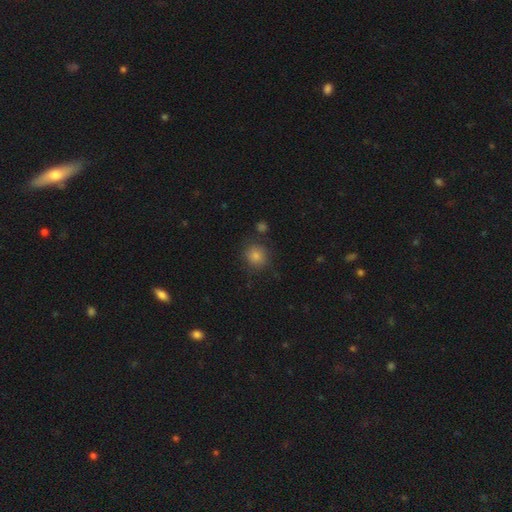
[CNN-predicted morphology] smooth 79%, star or artifact 15%, featured or disk 6%. Down the decision tree: how rounded — round (85%); merging — none (83%).